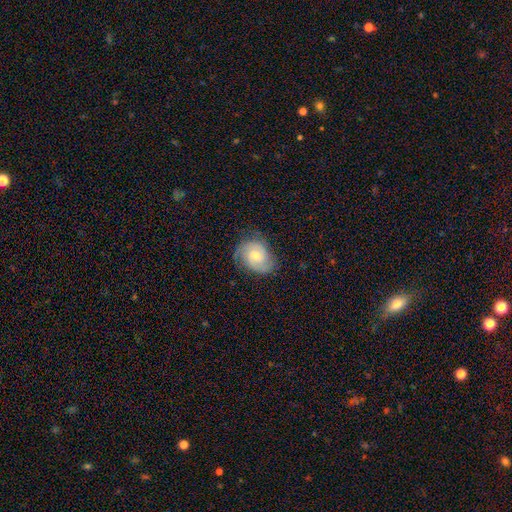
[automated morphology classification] smooth_or_featured: featured or disk (p=0.64) [alt: smooth p=0.29]
disk_edge_on: no (p=0.97) [alt: yes p=0.03]
bar: no (p=0.65) [alt: weak p=0.30]
has_spiral_arms: yes (p=0.91) [alt: no p=0.09]
spiral_winding: tight (p=0.48) [alt: medium p=0.39]
spiral_arm_count: 2 (p=0.57) [alt: can't tell p=0.22]
bulge_size: moderate (p=0.49) [alt: small p=0.44]
merging: none (p=0.68) [alt: minor disturbance p=0.23]